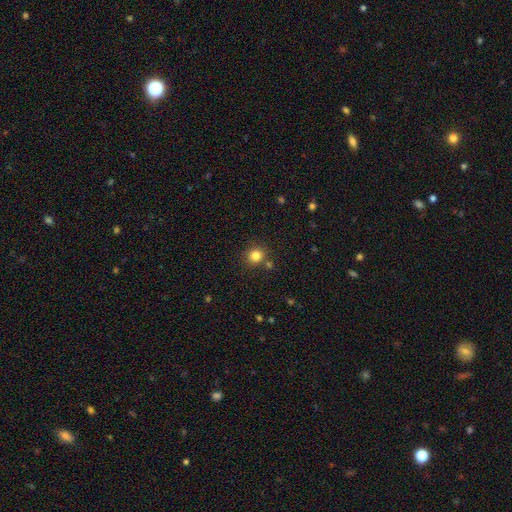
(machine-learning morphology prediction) A smooth galaxy with no disk features (82%) that is round (87%). Merging: none (79%).